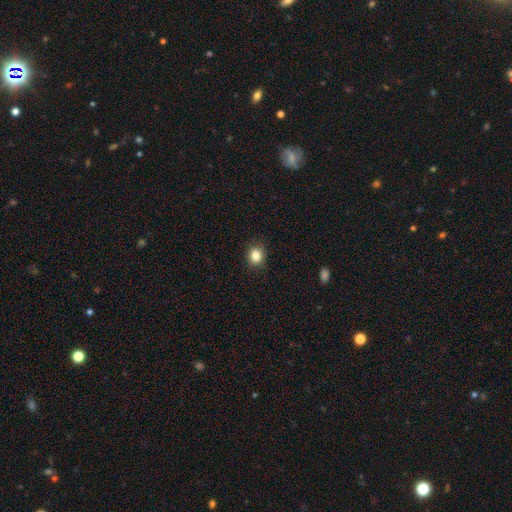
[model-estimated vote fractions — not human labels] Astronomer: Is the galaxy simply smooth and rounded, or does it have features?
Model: smooth — 83%.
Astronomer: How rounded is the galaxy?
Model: round — 76%.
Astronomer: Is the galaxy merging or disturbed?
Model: none — 89%.